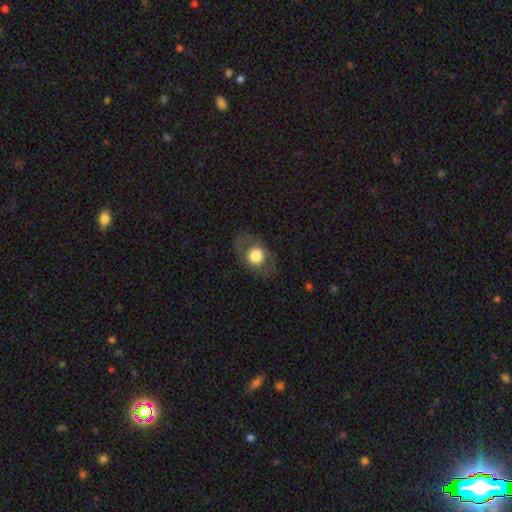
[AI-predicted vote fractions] A smooth galaxy with no disk features (62%) that is round (51%). Merging: none (78%).